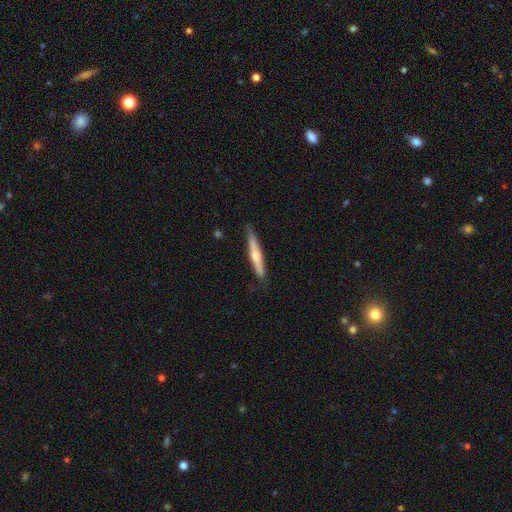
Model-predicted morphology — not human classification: This appears to be a featured or disk galaxy (48%). Merging: none (83%).